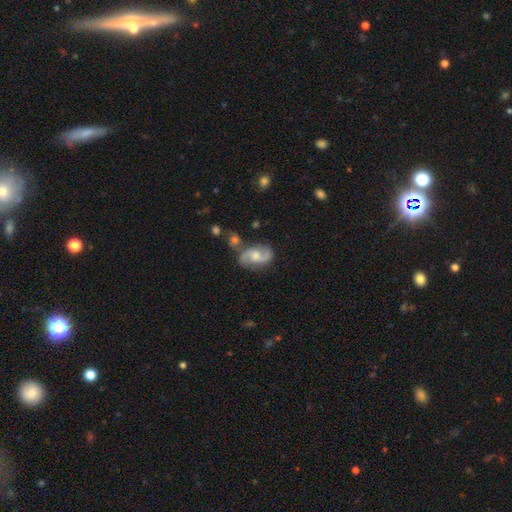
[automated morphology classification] smooth_or_featured: featured or disk (p=0.79) [alt: smooth p=0.15]
disk_edge_on: no (p=0.97) [alt: yes p=0.03]
bar: no (p=0.49) [alt: weak p=0.43]
has_spiral_arms: yes (p=0.95) [alt: no p=0.05]
spiral_winding: loose (p=0.49) [alt: medium p=0.40]
spiral_arm_count: 2 (p=0.92) [alt: can't tell p=0.03]
bulge_size: moderate (p=0.54) [alt: small p=0.26]
merging: none (p=0.68) [alt: minor disturbance p=0.17]